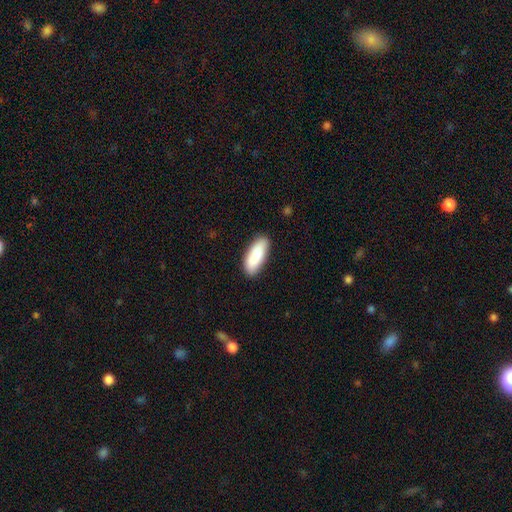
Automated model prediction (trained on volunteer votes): This is clearly a smooth galaxy (88%). How rounded: likely in between (71%). Merging: clearly none (86%).